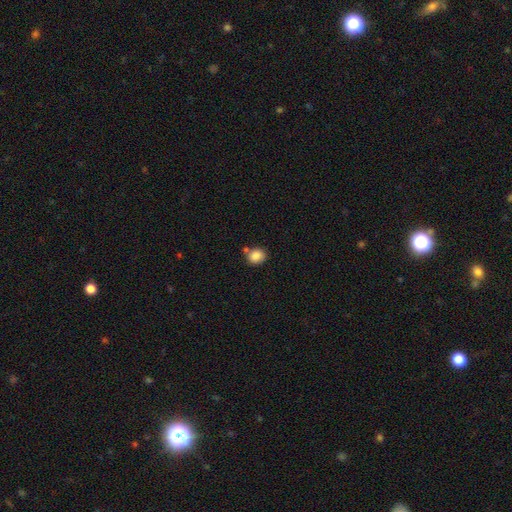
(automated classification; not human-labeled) Smooth or featured? Predicted: smooth (p=0.86). How rounded? Predicted: round (p=0.69). Merging? Predicted: none (p=0.70).